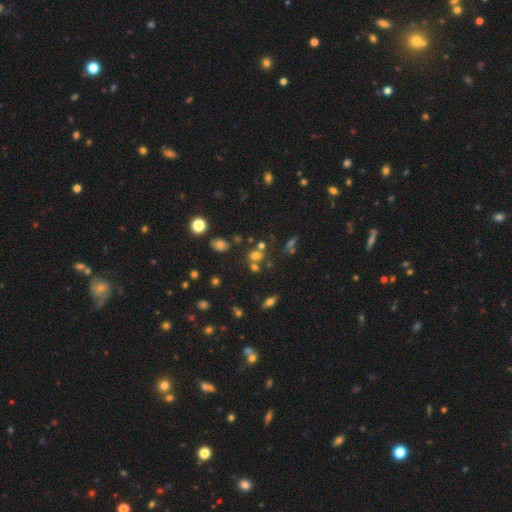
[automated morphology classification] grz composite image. It shows a smooth galaxy with no disk features (61%) that is round (59%). Merging: none (55%).